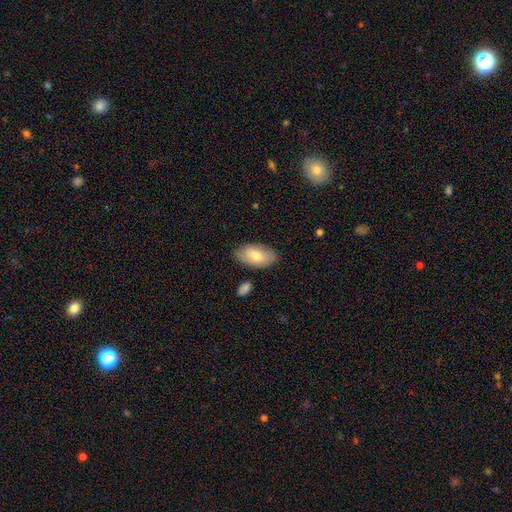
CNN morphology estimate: This is likely a smooth galaxy (72%). How rounded: clearly in between (95%). Merging: clearly none (82%).